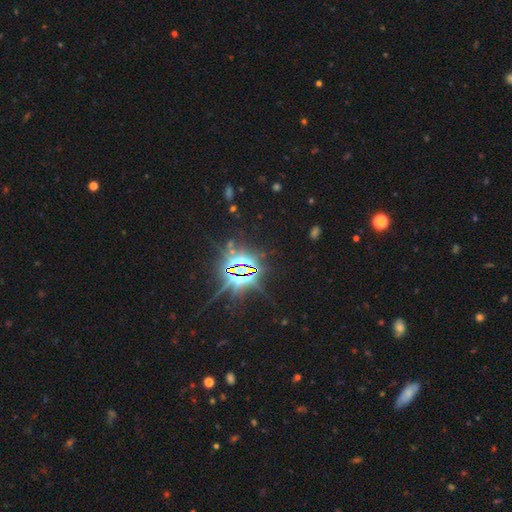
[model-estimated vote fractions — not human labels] star or artifact 85%, smooth 8%, featured or disk 7%.